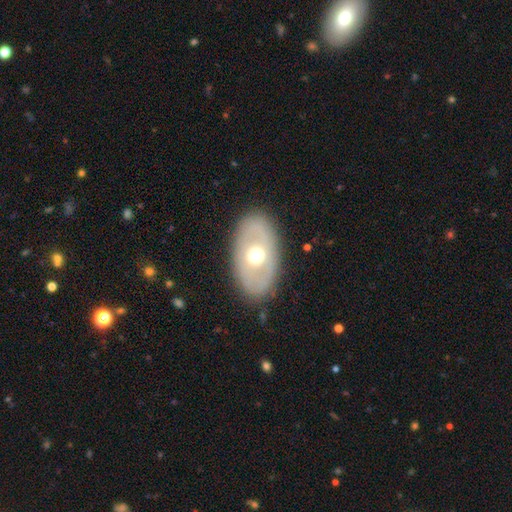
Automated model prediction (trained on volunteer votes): featured or disk 50%, smooth 43%, star or artifact 7%. Down the decision tree: edge-on disk — no (86%); merging — none (84%).